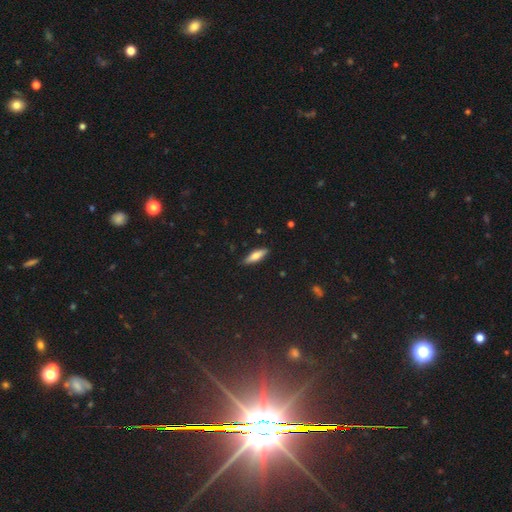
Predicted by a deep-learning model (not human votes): smooth_or_featured: smooth (p=0.64) [alt: featured or disk p=0.28]
how_rounded: cigar-shaped (p=0.59) [alt: in between p=0.39]
merging: none (p=0.87) [alt: minor disturbance p=0.10]